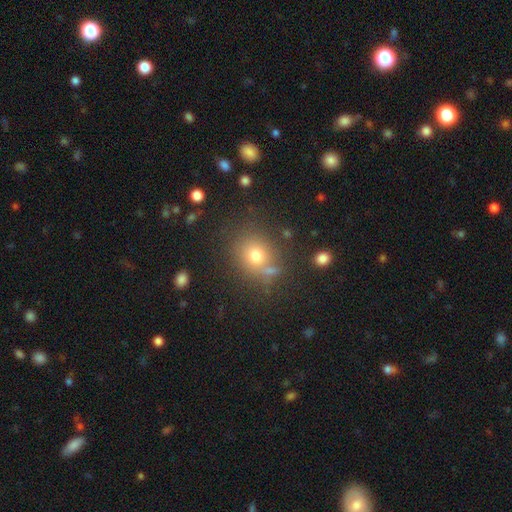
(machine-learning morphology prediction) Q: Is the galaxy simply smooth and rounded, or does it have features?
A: smooth — 71%.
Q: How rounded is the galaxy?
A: round — 76%.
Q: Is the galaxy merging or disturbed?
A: none — 71%.